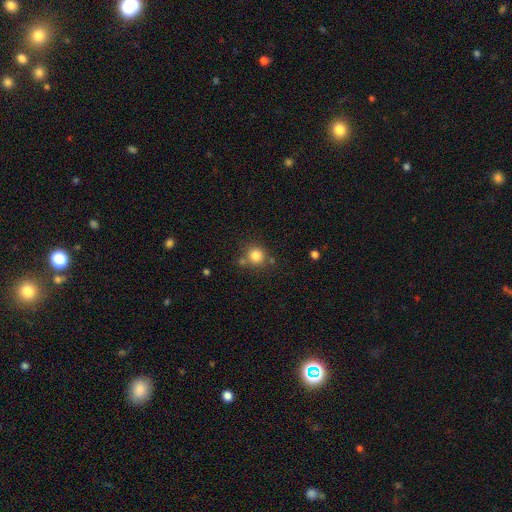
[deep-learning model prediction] The model was most divided on "merging": none: 71%, merger: 14%, minor disturbance: 12%, major disturbance: 4%. More confident: how rounded — round (90%); smooth or featured — smooth (82%).